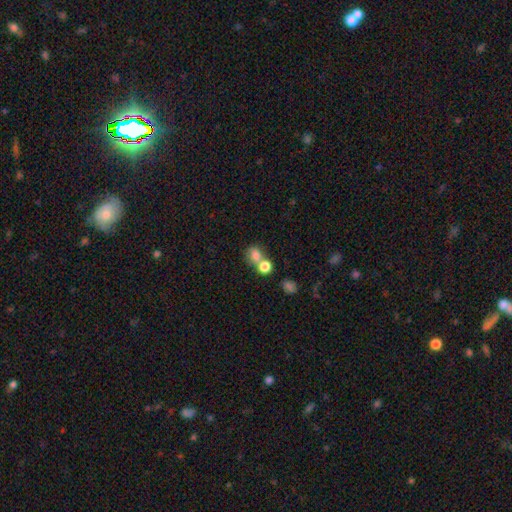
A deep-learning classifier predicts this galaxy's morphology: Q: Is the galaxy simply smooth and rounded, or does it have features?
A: smooth — 77%.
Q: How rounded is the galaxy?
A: round — 61%.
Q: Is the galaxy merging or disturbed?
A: merger — 48%.